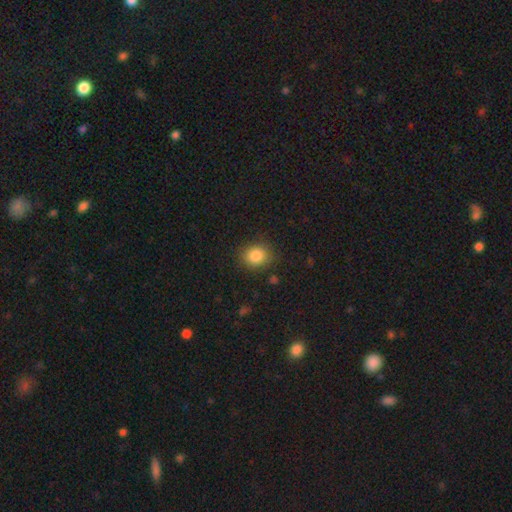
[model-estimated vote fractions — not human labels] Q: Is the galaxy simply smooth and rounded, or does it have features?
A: smooth — 85%.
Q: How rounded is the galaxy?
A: round — 68%.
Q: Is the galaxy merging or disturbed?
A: none — 85%.